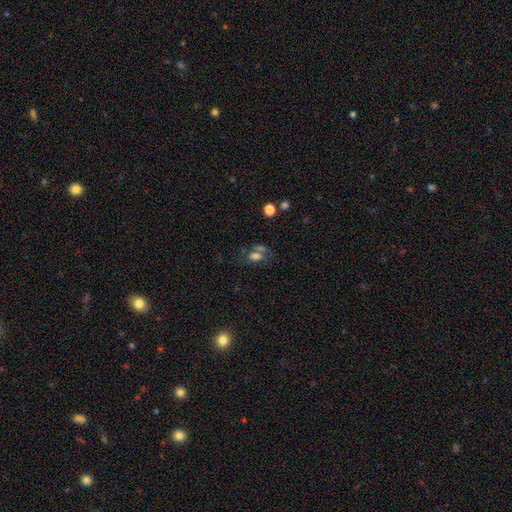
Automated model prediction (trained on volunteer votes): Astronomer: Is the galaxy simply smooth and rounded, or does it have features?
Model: smooth — 62%.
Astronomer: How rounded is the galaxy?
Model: in between — 78%.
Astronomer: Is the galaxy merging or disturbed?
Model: none — 43% (runner-up: merger, 28%).